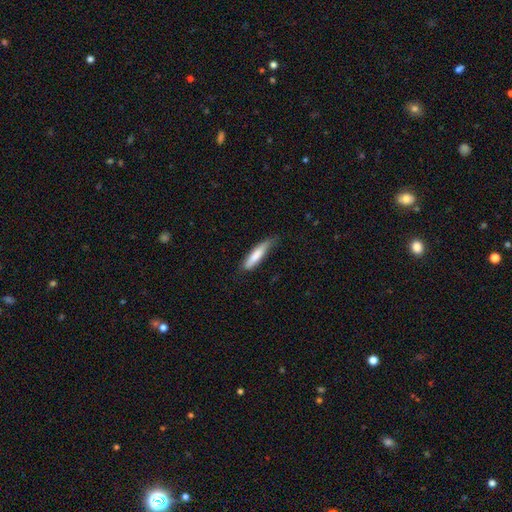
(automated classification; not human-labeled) smooth_or_featured: smooth (p=0.79) [alt: featured or disk p=0.16]
how_rounded: cigar-shaped (p=0.81) [alt: in between p=0.18]
merging: none (p=0.59) [alt: minor disturbance p=0.33]